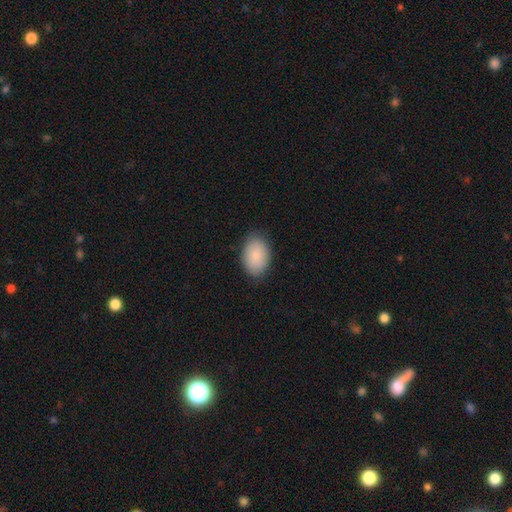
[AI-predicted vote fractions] Overall: smooth (87%). How rounded: in between (88%). Merging: none (84%).